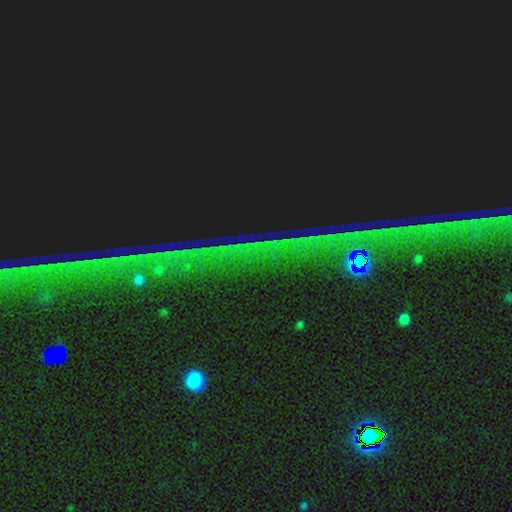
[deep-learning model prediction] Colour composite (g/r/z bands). It shows a star or artifact, not a galaxy (87%).